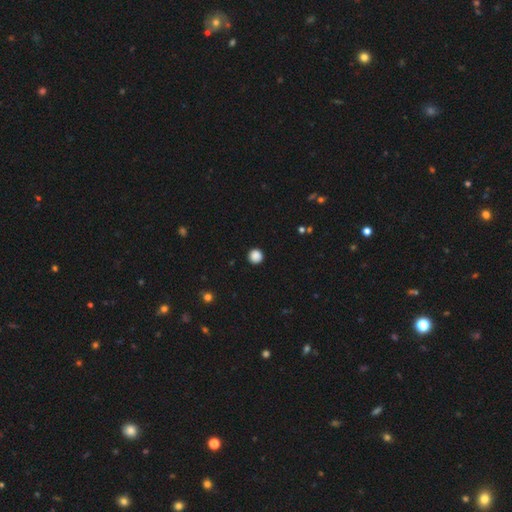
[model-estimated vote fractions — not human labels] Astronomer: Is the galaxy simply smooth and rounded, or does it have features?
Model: smooth — 87%.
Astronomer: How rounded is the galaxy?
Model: round — 95%.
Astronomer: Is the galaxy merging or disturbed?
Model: none — 93%.